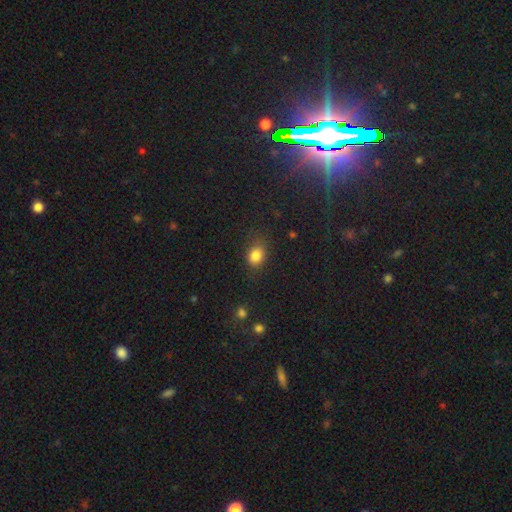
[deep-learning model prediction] The model was most divided on "how rounded": in between: 53%, round: 46%, cigar-shaped: 1%. More confident: smooth or featured — smooth (83%); merging — none (74%).